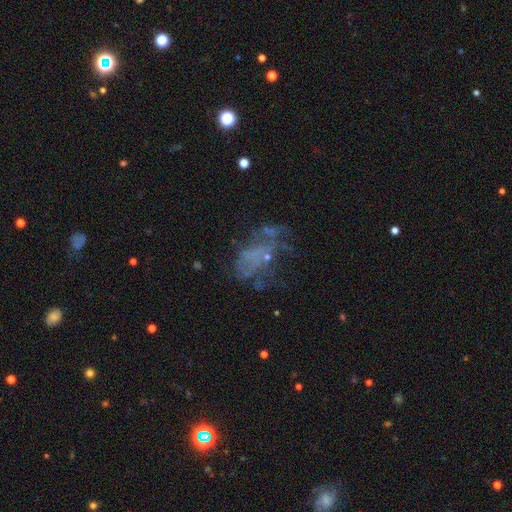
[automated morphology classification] The model was most divided on "merging": major disturbance: 39%, none: 33%, minor disturbance: 18%, merger: 10%. More confident: edge-on disk — no (97%); smooth or featured — featured or disk (51%).